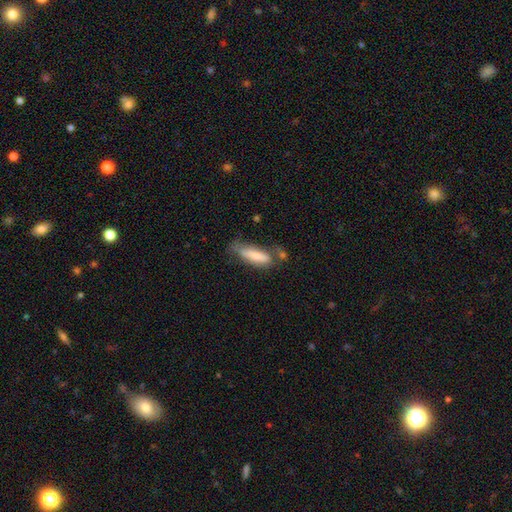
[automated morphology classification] Smooth or featured? smooth (73%)
How rounded? cigar-shaped (59%)
Merging? none (45%)